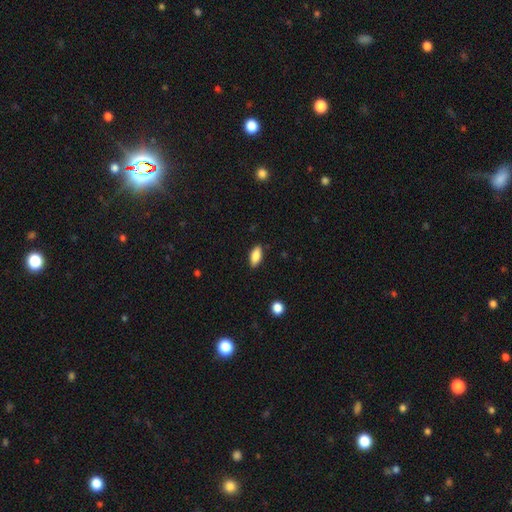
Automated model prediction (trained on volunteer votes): A smooth galaxy with no disk features (83%) that is in between round and cigar-shaped (85%). Merging: none (87%).